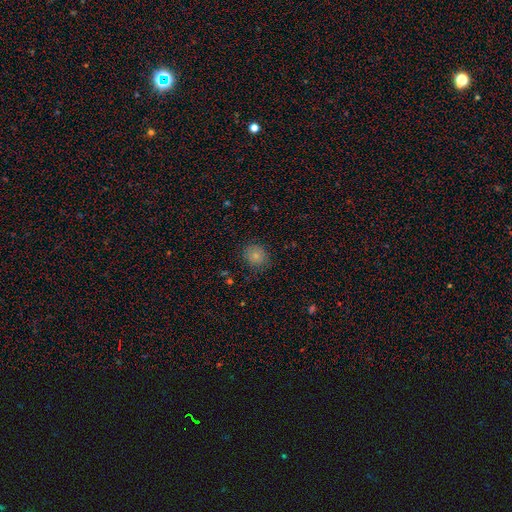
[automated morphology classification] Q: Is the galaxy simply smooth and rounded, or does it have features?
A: smooth — 82%.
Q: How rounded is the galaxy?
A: round — 78%.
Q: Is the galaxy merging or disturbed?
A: none — 82%.